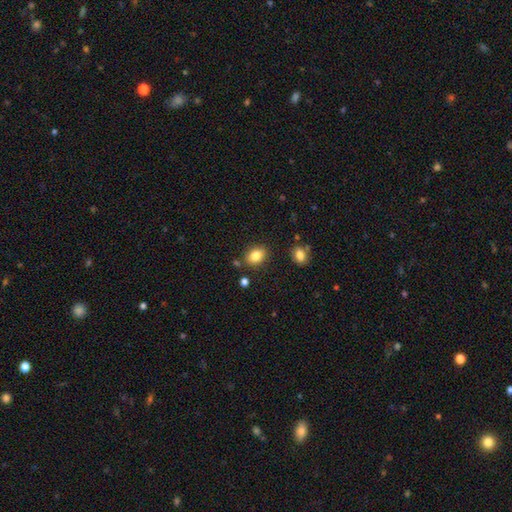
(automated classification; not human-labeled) Smooth or featured? Predicted: smooth (p=0.84). How rounded? Predicted: in between (p=0.72). Merging? Predicted: none (p=0.83).